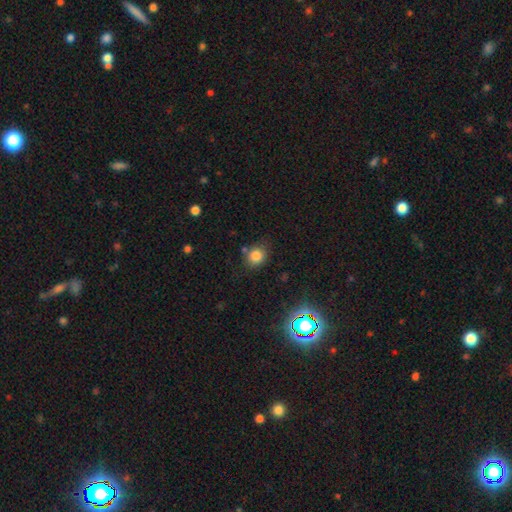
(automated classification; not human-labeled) smooth-or-featured: smooth: 81% | star or artifact: 12% | featured or disk: 7%
  how-rounded: round: 75% | in between: 24% | cigar-shaped: 1%
  merging: none: 74% | minor disturbance: 16% | merger: 6% | major disturbance: 4%